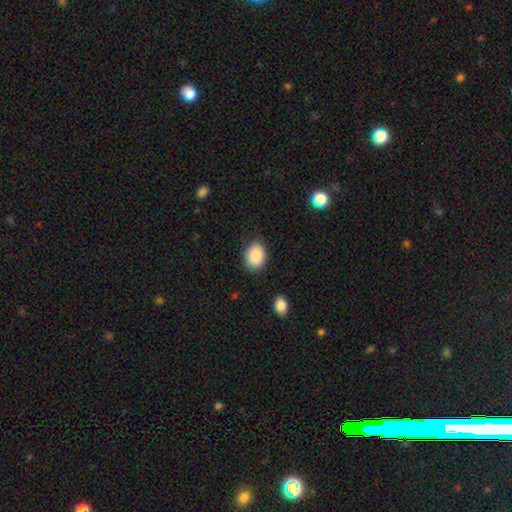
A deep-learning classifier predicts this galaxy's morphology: Overall: smooth (89%). How rounded: in between (69%; round 30%). Merging: none (85%).